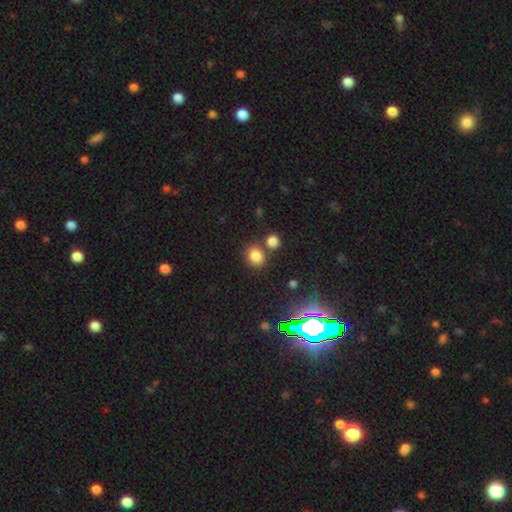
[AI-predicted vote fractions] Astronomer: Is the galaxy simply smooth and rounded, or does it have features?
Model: smooth — 80%.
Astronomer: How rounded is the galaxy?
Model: round — 59% (runner-up: in between, 40%).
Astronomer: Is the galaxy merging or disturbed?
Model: none — 68%.